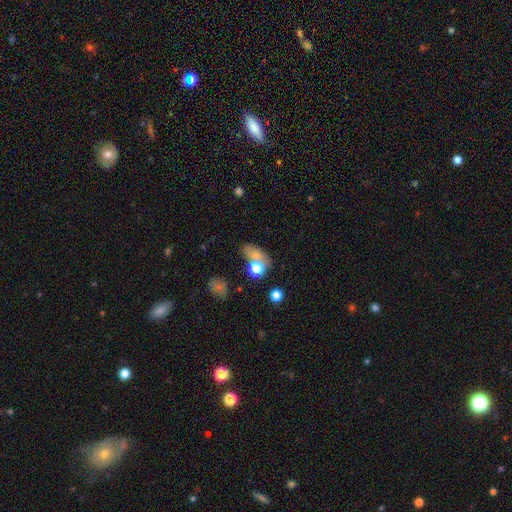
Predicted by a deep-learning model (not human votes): Smooth or featured? smooth (67%)
How rounded? in between (67%)
Merging? none (39%)